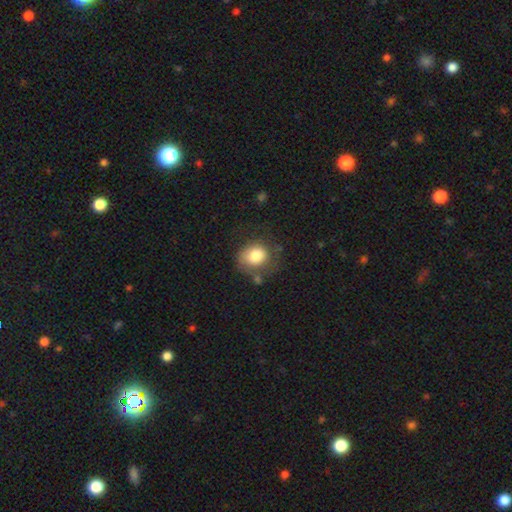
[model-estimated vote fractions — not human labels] A smooth galaxy with no disk features (80%) that is round (62%). Merging: none (57%).